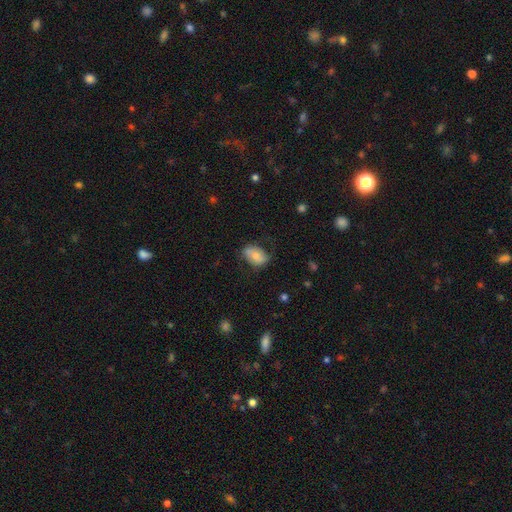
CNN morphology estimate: Smooth or featured? Predicted: smooth (p=0.63). How rounded? Predicted: in between (p=0.84). Merging? Predicted: none (p=0.63).